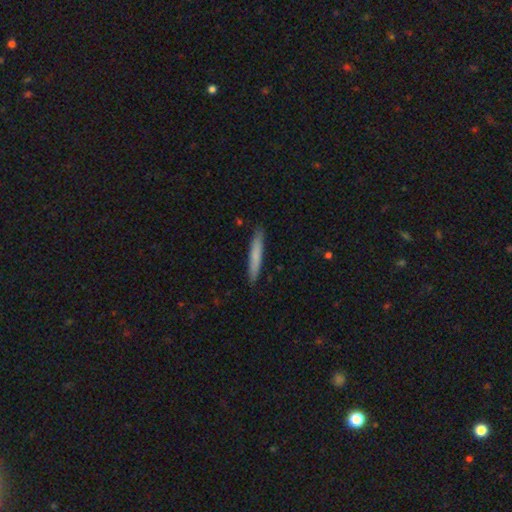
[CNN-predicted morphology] smooth-or-featured: smooth: 73% | featured or disk: 22% | star or artifact: 5%
  how-rounded: cigar-shaped: 95% | in between: 4% | round: 1%
  merging: none: 90% | minor disturbance: 8% | major disturbance: 1% | merger: 1%